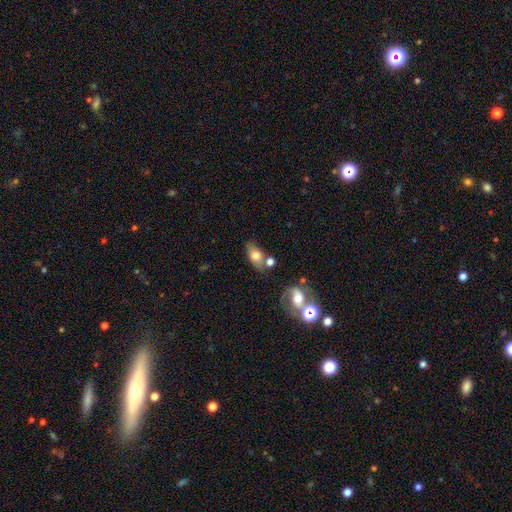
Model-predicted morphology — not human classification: smooth-or-featured: smooth: 66% | featured or disk: 26% | star or artifact: 8%
  how-rounded: in between: 83% | round: 10% | cigar-shaped: 7%
  merging: none: 61% | minor disturbance: 17% | merger: 16% | major disturbance: 6%